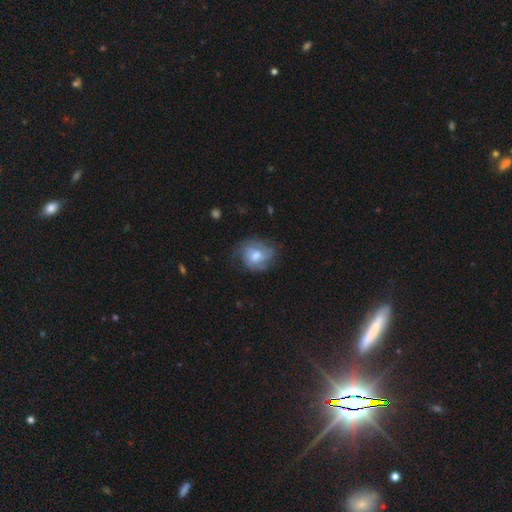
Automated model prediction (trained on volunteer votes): The model was most divided on "smooth or featured": featured or disk: 55%, smooth: 38%, star or artifact: 8%. More confident: edge-on disk — no (97%); spiral arms — yes (80%); bulge size — moderate (62%); merging — none (60%); bar — no (56%).